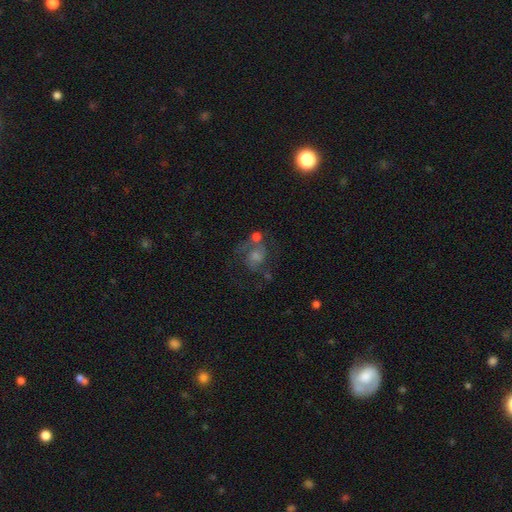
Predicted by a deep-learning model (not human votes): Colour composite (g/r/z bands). It shows a featured or disk galaxy (64%) with no bar (67%), 2 (73%) medium (51%) spiral arms (87%) and a moderate central bulge (41%). Merging: none (53%).